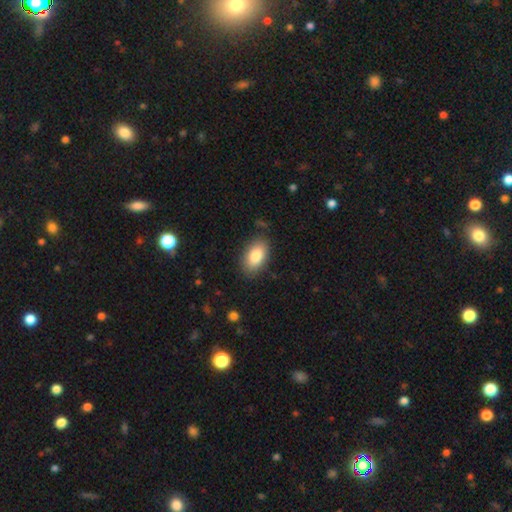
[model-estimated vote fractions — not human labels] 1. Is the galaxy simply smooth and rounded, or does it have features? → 84% smooth, 9% featured or disk, 7% star or artifact.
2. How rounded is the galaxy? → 92% in between, 6% round, 2% cigar-shaped.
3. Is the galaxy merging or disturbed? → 85% none, 11% minor disturbance, 3% major disturbance, 1% merger.